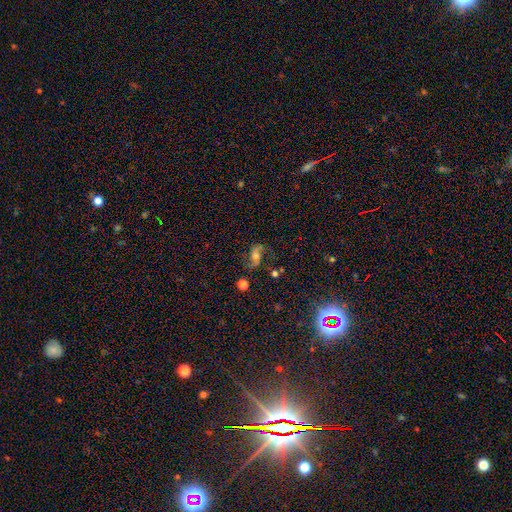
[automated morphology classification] This appears to be a featured or disk galaxy (77%) with no bar (50%), 2 (92%) loose (66%) spiral arms (95%) and a moderate central bulge (54%). Merging: none (72%).